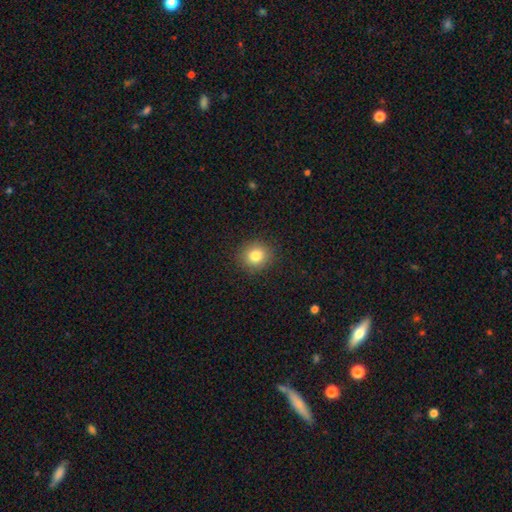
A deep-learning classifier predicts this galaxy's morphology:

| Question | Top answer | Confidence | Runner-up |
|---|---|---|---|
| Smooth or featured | smooth | 82% | star or artifact (11%) |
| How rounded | round | 84% | in between (15%) |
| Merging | none | 90% | minor disturbance (7%) |